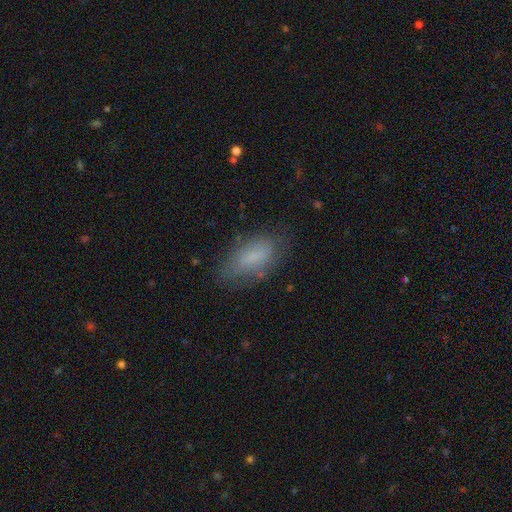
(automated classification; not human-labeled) A smooth galaxy with no disk features (73%) that is in between round and cigar-shaped (87%).

Vote fractions:
- Smooth or featured? smooth: 73% / featured or disk: 18% / star or artifact: 9%
- How rounded? in between: 87% / cigar-shaped: 9% / round: 3%
- Merging? none: 69% / minor disturbance: 22% / major disturbance: 8% / merger: 2%